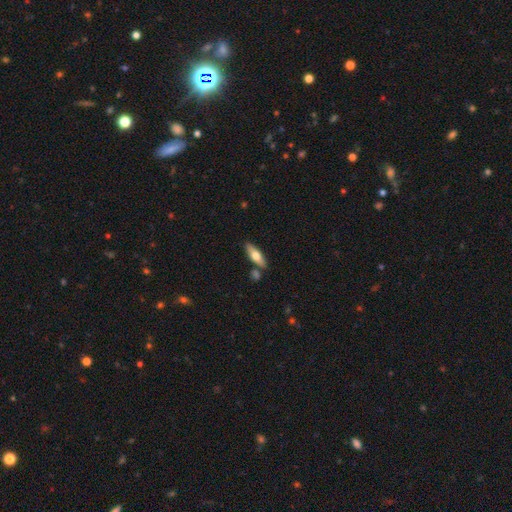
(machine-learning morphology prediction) Smooth or featured: smooth — 59% (featured or disk — 35%)
How rounded: in between — 51% (cigar-shaped — 47%)
Merging: none — 79% (minor disturbance — 11%)